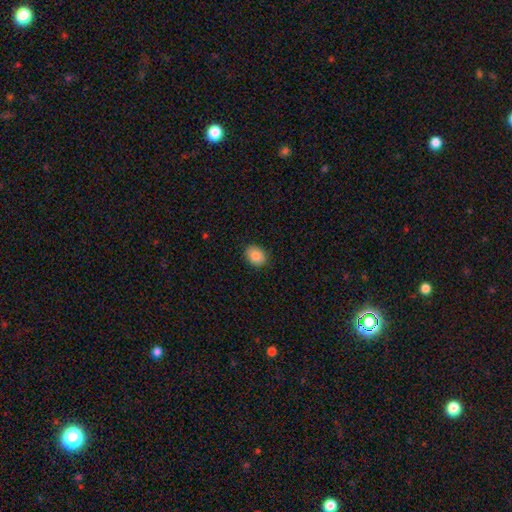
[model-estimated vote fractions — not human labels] The model was most divided on "how rounded": in between: 55%, round: 45%, cigar-shaped: 1%. More confident: merging — none (89%); smooth or featured — smooth (87%).